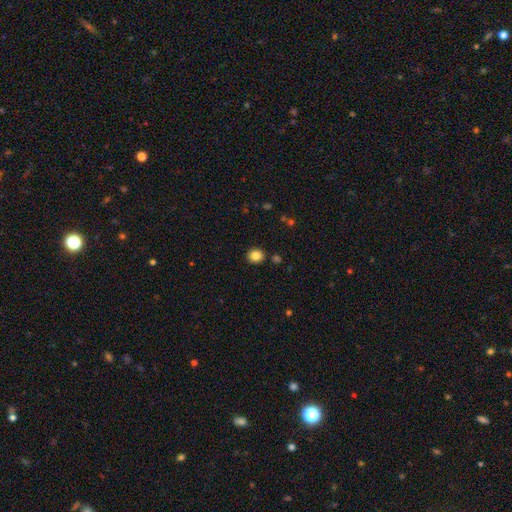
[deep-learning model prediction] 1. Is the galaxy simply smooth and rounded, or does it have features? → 84% smooth, 10% star or artifact, 5% featured or disk.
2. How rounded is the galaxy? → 71% round, 28% in between, 1% cigar-shaped.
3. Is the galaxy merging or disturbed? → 87% none, 8% minor disturbance, 3% merger, 2% major disturbance.